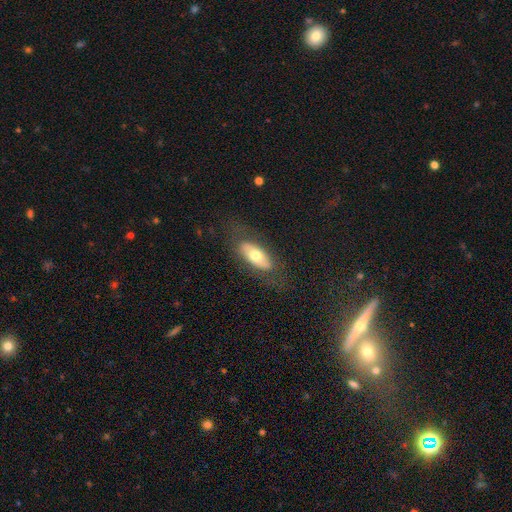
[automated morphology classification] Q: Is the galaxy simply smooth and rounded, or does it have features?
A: smooth — 59%.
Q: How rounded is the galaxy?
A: in between — 81%.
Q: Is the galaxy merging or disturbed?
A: none — 77%.